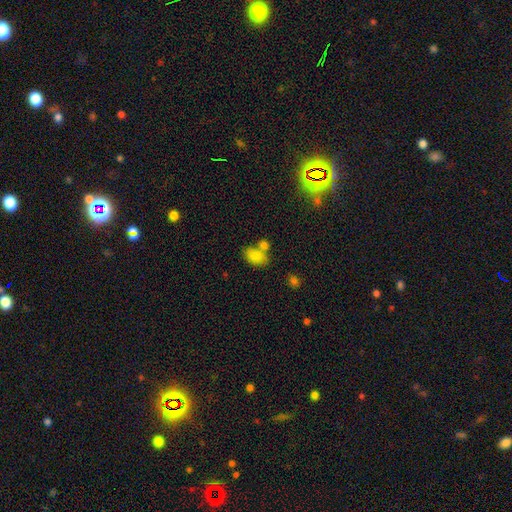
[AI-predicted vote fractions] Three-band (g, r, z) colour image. It shows a smooth galaxy with no disk features (82%) that is in between round and cigar-shaped (82%). Merging: none (45%).